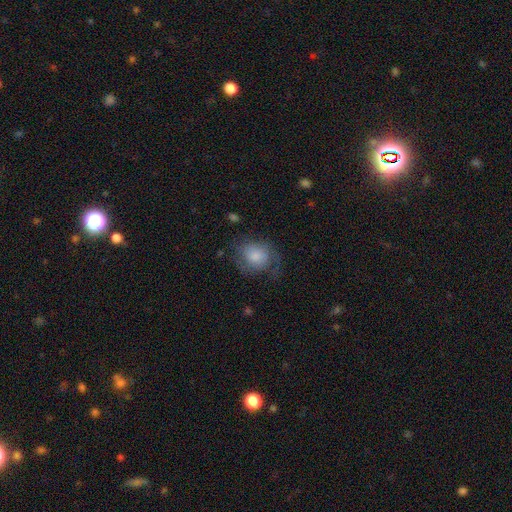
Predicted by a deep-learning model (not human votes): Morphology: type=smooth (64%); roundness=round (68%); merging=none (52%).